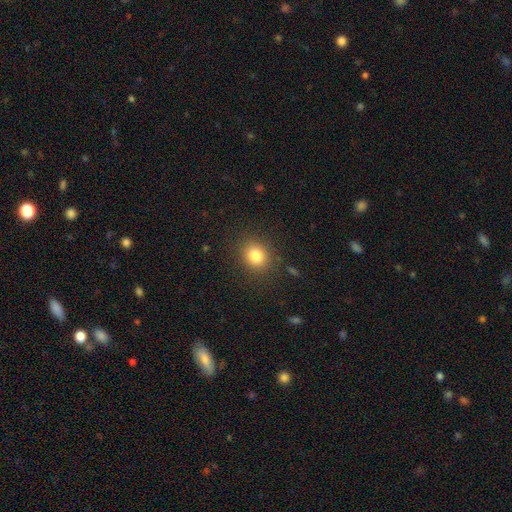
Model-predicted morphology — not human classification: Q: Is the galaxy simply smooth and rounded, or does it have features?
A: smooth — 81%.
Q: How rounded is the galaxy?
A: round — 73%.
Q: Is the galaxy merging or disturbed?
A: none — 86%.